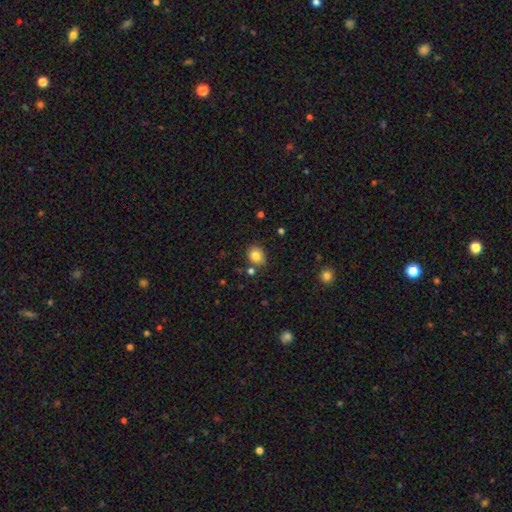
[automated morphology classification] A smooth galaxy with no disk features (83%) that is round (61%).

Vote fractions:
- Smooth or featured? smooth: 83% / star or artifact: 10% / featured or disk: 7%
- How rounded? round: 61% / in between: 38% / cigar-shaped: 1%
- Merging? none: 79% / minor disturbance: 12% / merger: 7% / major disturbance: 3%